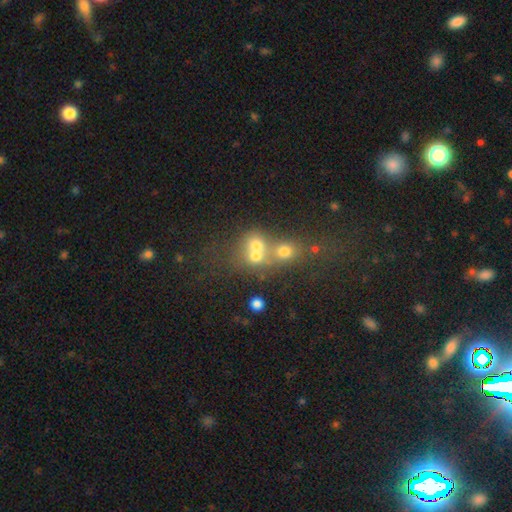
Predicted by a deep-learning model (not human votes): Smooth or featured?
  - smooth: 63% *
  - featured or disk: 19%
  - star or artifact: 18%
How rounded?
  - round: 73% *
  - in between: 25%
  - cigar-shaped: 1%
Merging?
  - merger: 55% *
  - none: 33%
  - minor disturbance: 7%
  - major disturbance: 5%